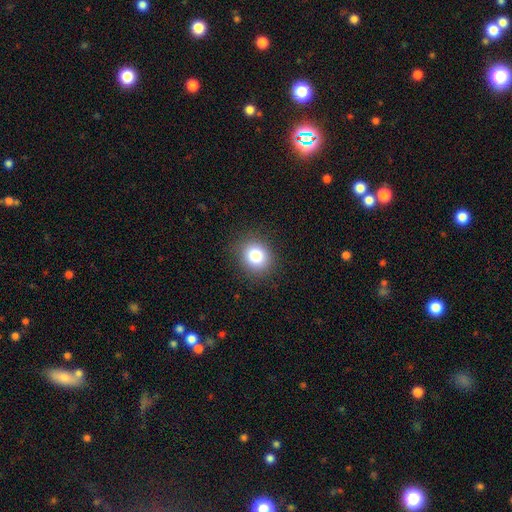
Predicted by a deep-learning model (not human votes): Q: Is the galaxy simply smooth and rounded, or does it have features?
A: smooth — 81%.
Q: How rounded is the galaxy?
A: round — 76%.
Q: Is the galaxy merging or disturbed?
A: none — 88%.